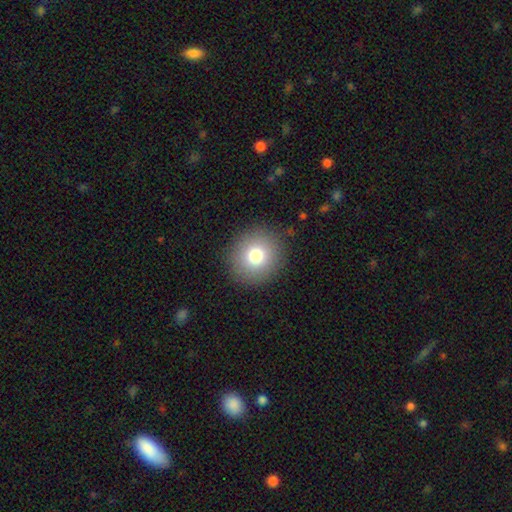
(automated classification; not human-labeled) Smooth or featured? smooth (79%)
How rounded? round (89%)
Merging? none (89%)